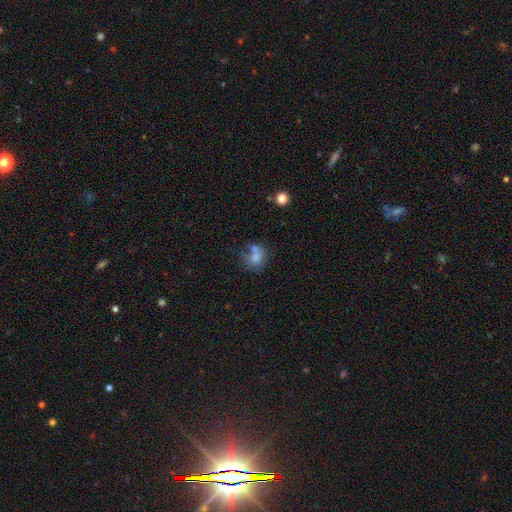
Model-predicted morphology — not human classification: A smooth galaxy with no disk features (71%) that is round (64%).

Vote fractions:
- Smooth or featured? smooth: 71% / featured or disk: 17% / star or artifact: 12%
- How rounded? round: 64% / in between: 35% / cigar-shaped: 1%
- Merging? merger: 37% / none: 36% / minor disturbance: 16% / major disturbance: 11%